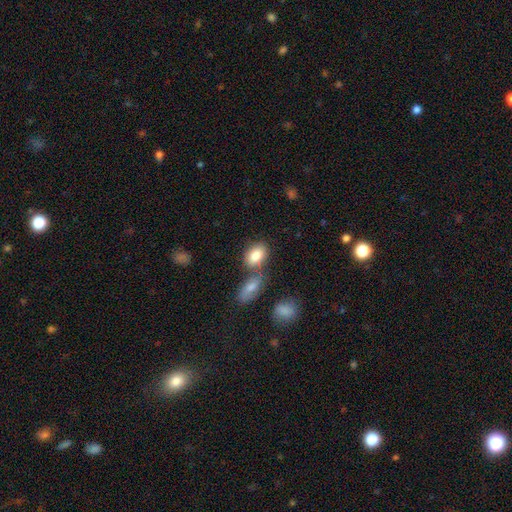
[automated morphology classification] Q: Smooth or featured?
A: smooth (83%); runner-up: featured or disk (10%)
Q: How rounded?
A: in between (85%); runner-up: round (14%)
Q: Merging?
A: none (55%); runner-up: merger (27%)